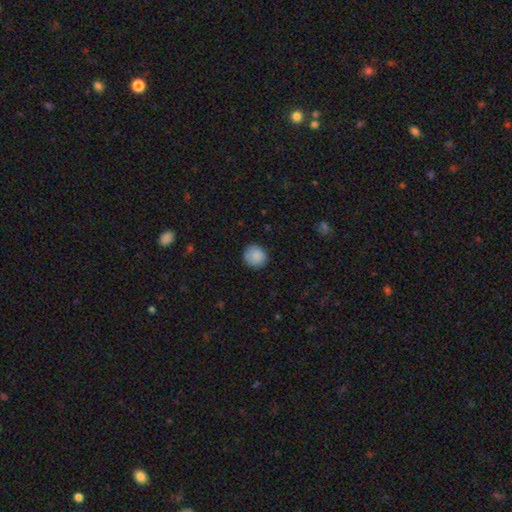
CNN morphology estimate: Overall: smooth (87%). How rounded: round (84%). Merging: none (85%).